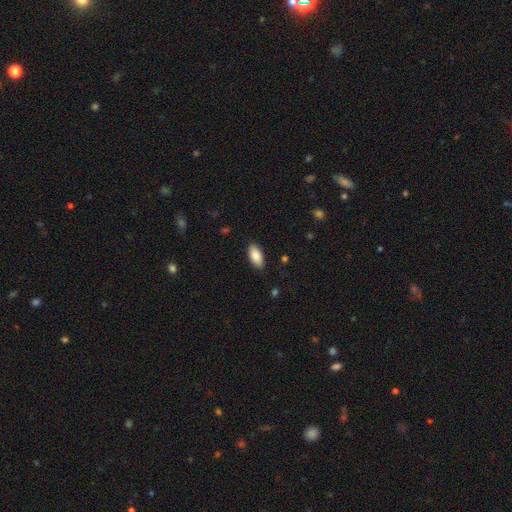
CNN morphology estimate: Smooth or featured? smooth (88%)
How rounded? in between (93%)
Merging? none (87%)